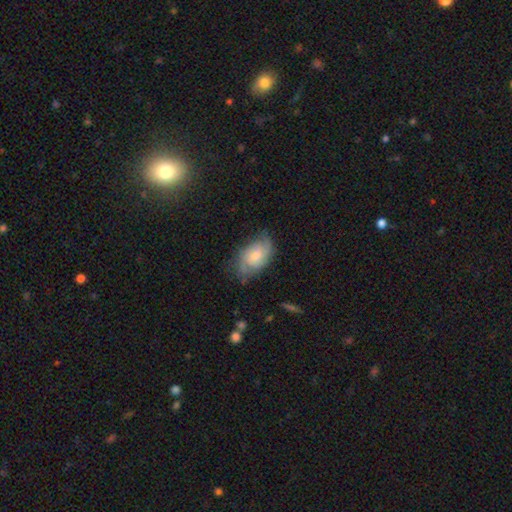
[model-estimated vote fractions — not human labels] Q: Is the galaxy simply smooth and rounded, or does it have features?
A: featured or disk — 55%.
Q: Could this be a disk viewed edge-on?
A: no — 95%.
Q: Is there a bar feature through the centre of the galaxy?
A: no — 73%.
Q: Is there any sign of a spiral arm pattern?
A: yes — 86%.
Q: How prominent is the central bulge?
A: moderate — 51%.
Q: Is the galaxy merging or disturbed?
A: none — 65%.